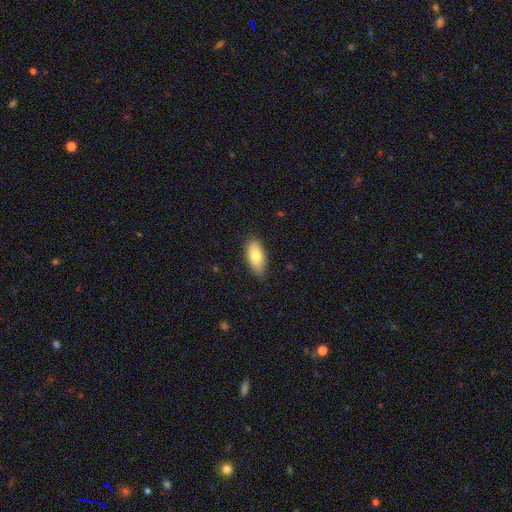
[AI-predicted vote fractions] smooth 77%, featured or disk 17%, star or artifact 6%. Down the decision tree: how rounded — in between (89%); merging — none (80%).